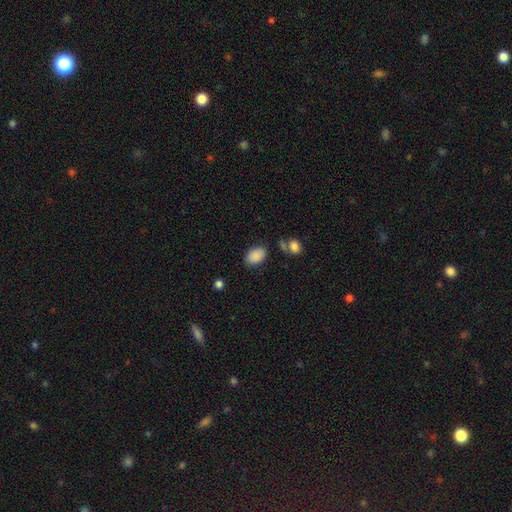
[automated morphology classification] A smooth galaxy with no disk features (88%) that is in between round and cigar-shaped (89%).

Vote fractions:
- Smooth or featured? smooth: 88% / star or artifact: 8% / featured or disk: 4%
- How rounded? in between: 89% / round: 9% / cigar-shaped: 1%
- Merging? none: 77% / minor disturbance: 14% / merger: 5% / major disturbance: 4%